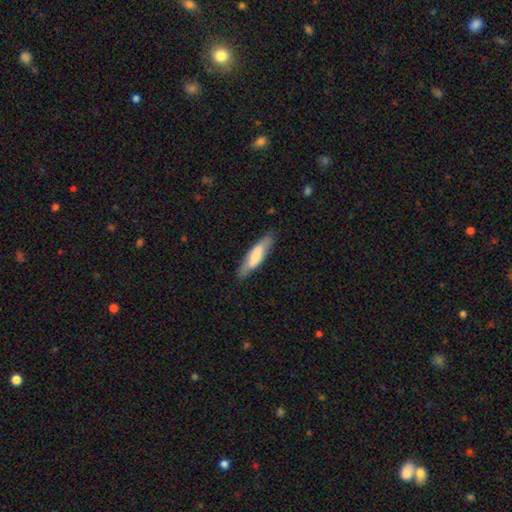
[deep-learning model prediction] Morphology: type=smooth (67%); roundness=cigar-shaped (66%); merging=none (80%).